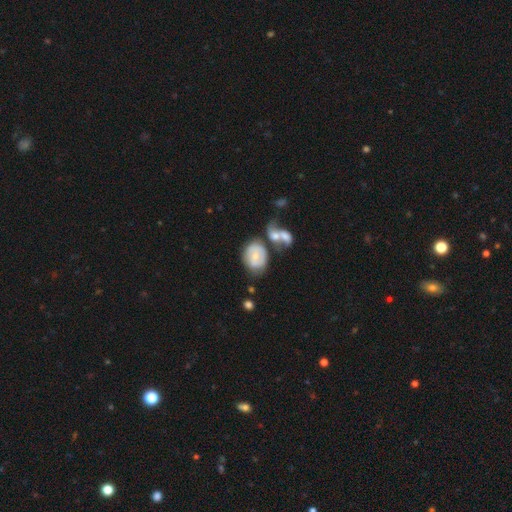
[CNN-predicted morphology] A smooth galaxy with no disk features (48%). Merging: merger (40%).